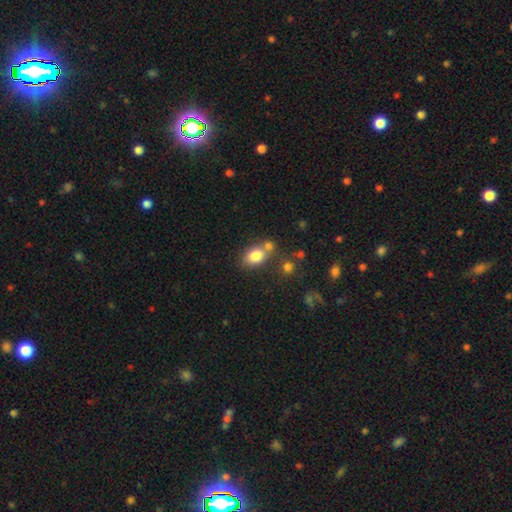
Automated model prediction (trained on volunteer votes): This is clearly a smooth galaxy (81%). How rounded: likely in between (76%). Merging: possibly none (54%).